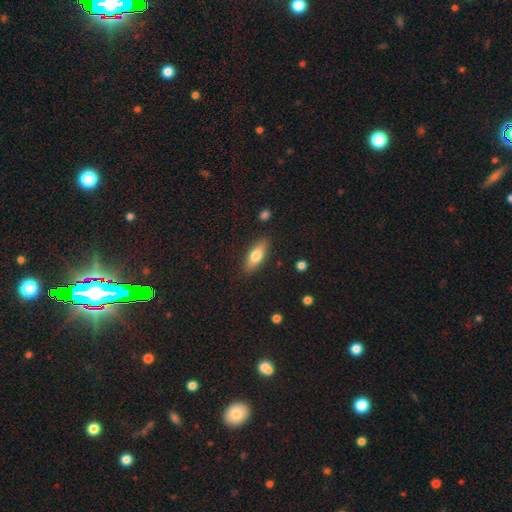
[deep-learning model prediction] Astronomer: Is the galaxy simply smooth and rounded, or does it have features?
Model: smooth — 69%.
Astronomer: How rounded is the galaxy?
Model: in between — 65%.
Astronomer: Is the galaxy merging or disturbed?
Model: none — 86%.